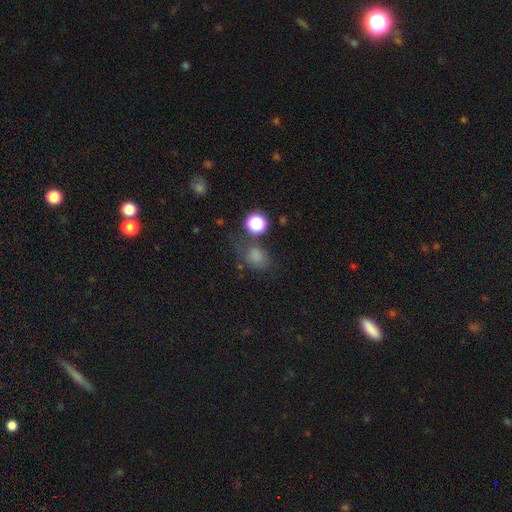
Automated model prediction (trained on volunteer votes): Smooth or featured?
  - smooth: 74% *
  - star or artifact: 19%
  - featured or disk: 7%
How rounded?
  - round: 57% *
  - in between: 42%
  - cigar-shaped: 1%
Merging?
  - none: 59% *
  - minor disturbance: 20%
  - major disturbance: 11%
  - merger: 10%